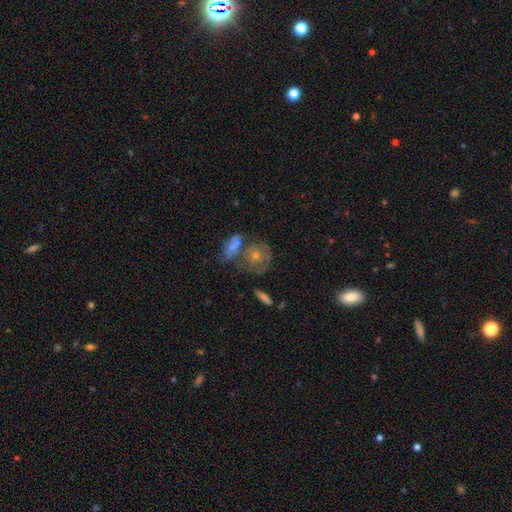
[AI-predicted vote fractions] Smooth or featured: featured or disk — 49% (smooth — 38%)
Merging: none — 50% (merger — 29%)